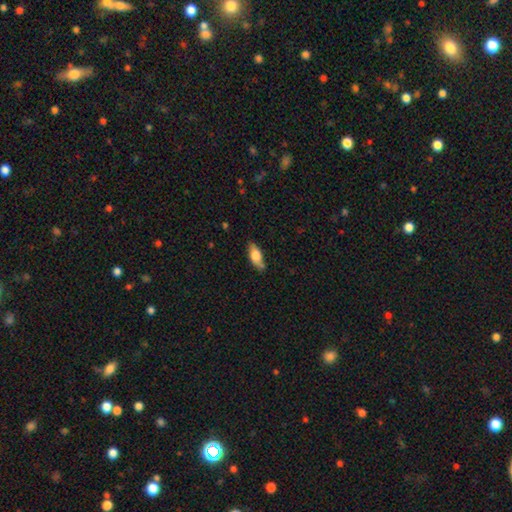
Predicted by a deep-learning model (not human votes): Smooth or featured: smooth — 68% (featured or disk — 25%)
How rounded: in between — 78% (cigar-shaped — 19%)
Merging: none — 74% (minor disturbance — 21%)